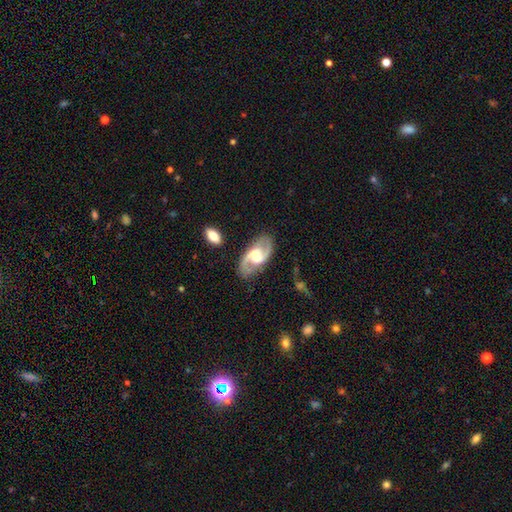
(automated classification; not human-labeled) This appears to be a featured or disk galaxy (86%) with a weak bar (49%), 2 (92%) medium (51%) spiral arms (96%) and a moderate central bulge (60%). Merging: none (79%).